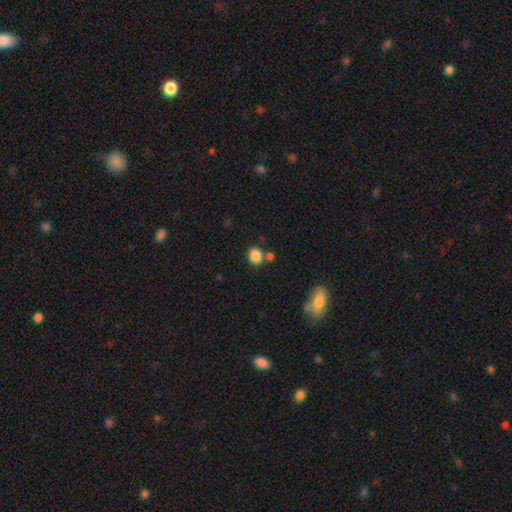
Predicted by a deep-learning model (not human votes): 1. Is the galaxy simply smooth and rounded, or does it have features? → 86% smooth, 9% star or artifact, 4% featured or disk.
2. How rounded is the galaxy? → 53% round, 46% in between, 1% cigar-shaped.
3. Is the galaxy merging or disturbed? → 68% none, 16% merger, 12% minor disturbance, 4% major disturbance.